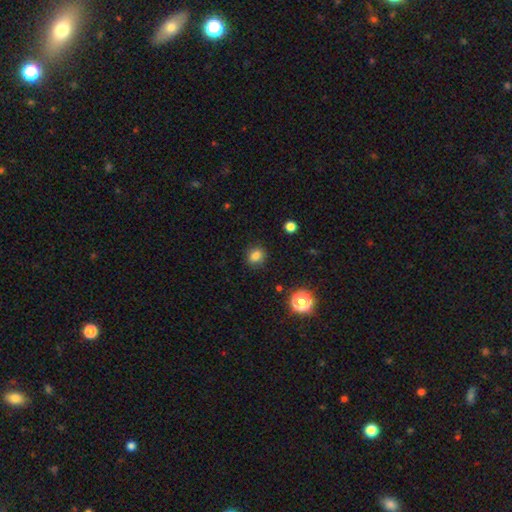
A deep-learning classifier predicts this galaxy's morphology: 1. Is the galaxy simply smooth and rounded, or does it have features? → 82% smooth, 13% star or artifact, 5% featured or disk.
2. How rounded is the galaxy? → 71% round, 28% in between, 1% cigar-shaped.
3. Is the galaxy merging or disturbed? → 89% none, 8% minor disturbance, 2% major disturbance, 1% merger.